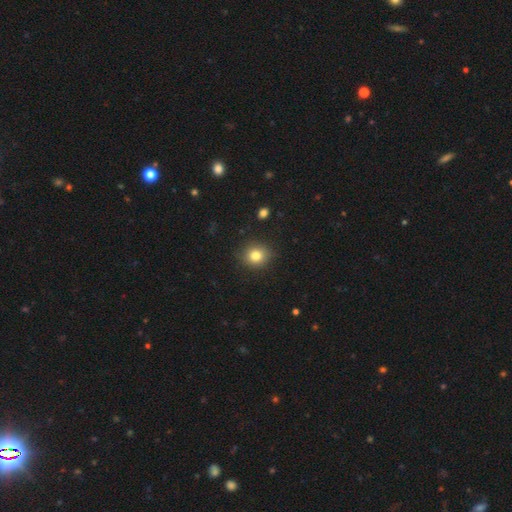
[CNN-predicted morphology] smooth-or-featured: smooth: 81% | star or artifact: 12% | featured or disk: 7%
  how-rounded: round: 84% | in between: 15% | cigar-shaped: 1%
  merging: none: 88% | minor disturbance: 8% | major disturbance: 2% | merger: 1%